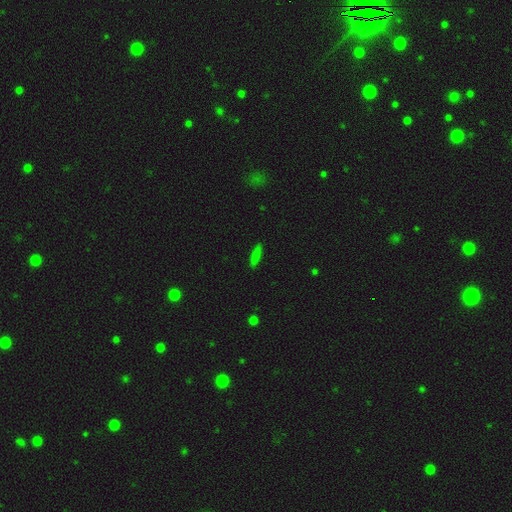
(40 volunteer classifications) This appears to be a smooth galaxy with no disk features (82%) that is cigar-shaped (85%). Merging: none (83%).